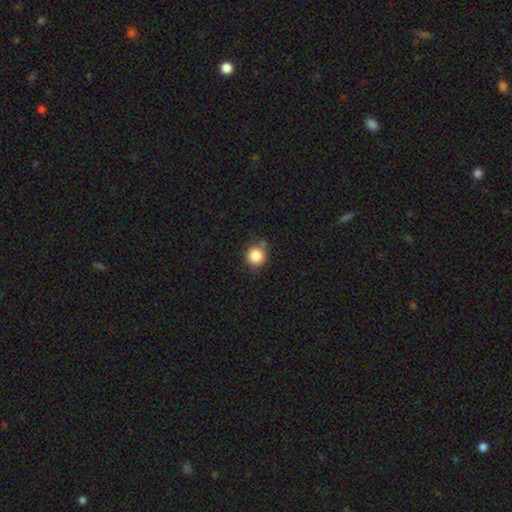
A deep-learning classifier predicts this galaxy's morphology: Q: Smooth or featured?
A: smooth (85%); runner-up: star or artifact (10%)
Q: How rounded?
A: round (92%); runner-up: in between (7%)
Q: Merging?
A: none (73%); runner-up: minor disturbance (17%)